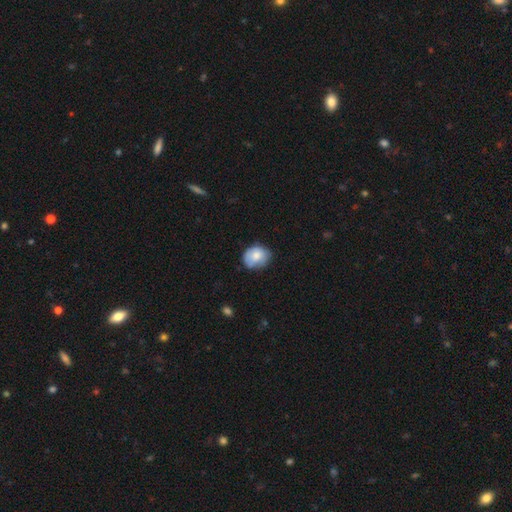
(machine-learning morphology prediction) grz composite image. It shows a smooth galaxy with no disk features (76%) that is round (60%). Merging: none (62%).